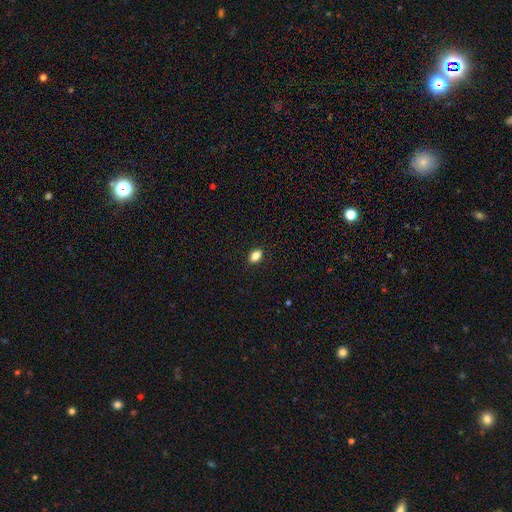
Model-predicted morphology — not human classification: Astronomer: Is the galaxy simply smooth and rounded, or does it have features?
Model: smooth — 83%.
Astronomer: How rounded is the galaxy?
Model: in between — 79%.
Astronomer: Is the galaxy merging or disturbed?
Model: none — 89%.